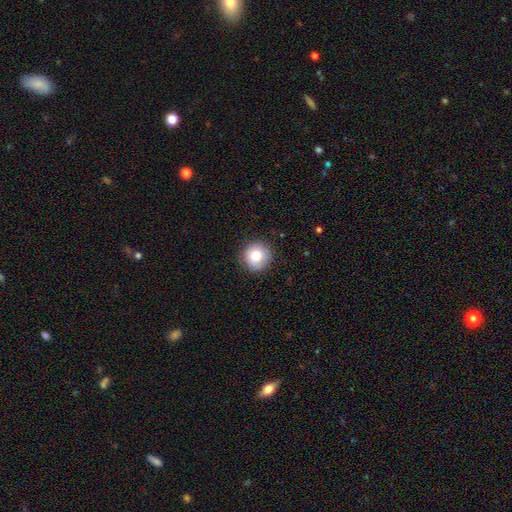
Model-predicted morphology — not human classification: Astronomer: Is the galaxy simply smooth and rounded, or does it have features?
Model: smooth — 80%.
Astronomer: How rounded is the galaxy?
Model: round — 93%.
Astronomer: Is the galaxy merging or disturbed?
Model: none — 85%.